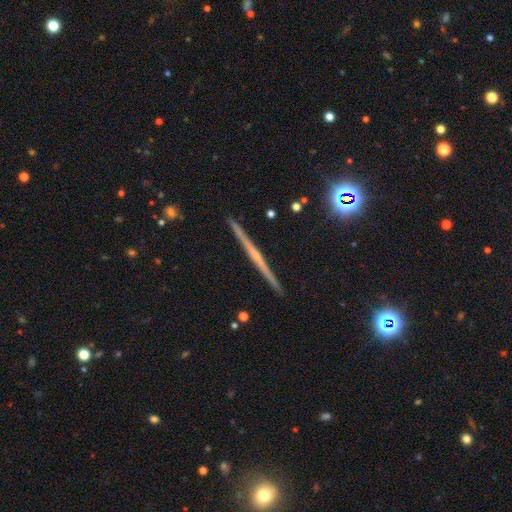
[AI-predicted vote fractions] A featured or disk galaxy (73%) viewed edge-on (98%) with no central bulge (58%).

Vote fractions:
- Smooth or featured? featured or disk: 73% / smooth: 18% / star or artifact: 9%
- Edge-on disk? yes: 98% / no: 2%
- Edge-on bulge? none: 58% / rounded: 35% / boxy: 7%
- Merging? none: 92% / minor disturbance: 5% / major disturbance: 1% / merger: 1%